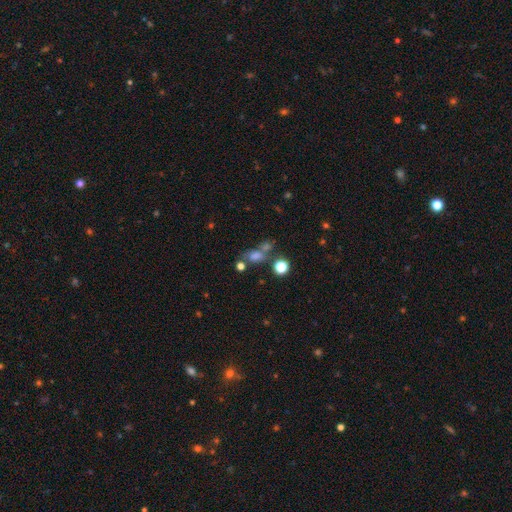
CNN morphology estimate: smooth-or-featured: smooth: 61% | star or artifact: 26% | featured or disk: 14%
  how-rounded: in between: 55% | round: 40% | cigar-shaped: 5%
  merging: none: 47% | merger: 31% | minor disturbance: 12% | major disturbance: 9%